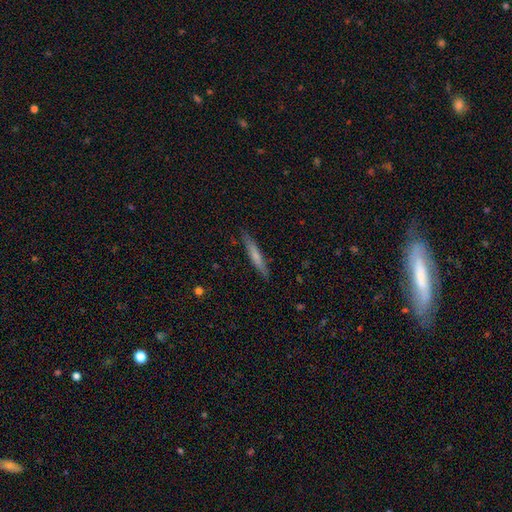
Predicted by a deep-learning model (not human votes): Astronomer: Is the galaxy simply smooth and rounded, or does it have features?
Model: smooth — 63%.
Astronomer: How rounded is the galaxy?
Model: cigar-shaped — 94%.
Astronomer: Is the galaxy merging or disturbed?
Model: none — 87%.